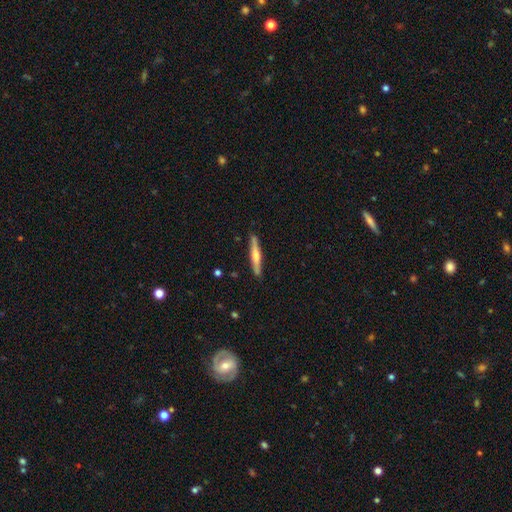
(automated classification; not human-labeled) Morphology: type=featured or disk (51%); edge-on=yes (96%); merging=none (88%).